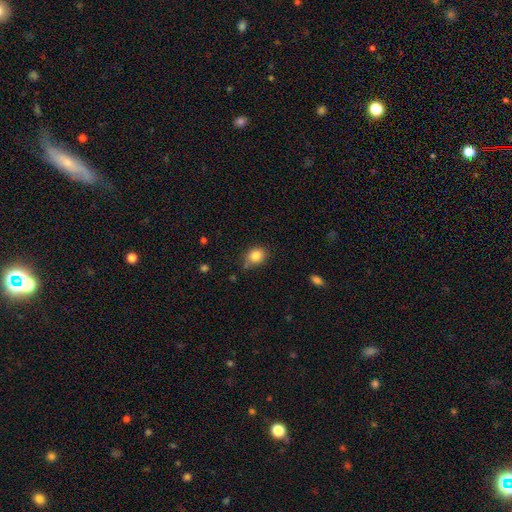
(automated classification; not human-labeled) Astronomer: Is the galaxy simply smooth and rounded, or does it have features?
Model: smooth — 84%.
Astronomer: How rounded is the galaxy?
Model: round — 59% (runner-up: in between, 40%).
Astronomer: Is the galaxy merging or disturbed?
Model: none — 72%.